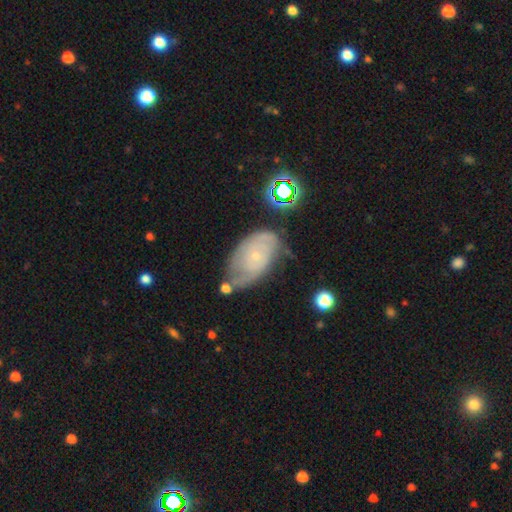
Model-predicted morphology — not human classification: A featured or disk galaxy (69%) with no bar (82%), tight (65%) spiral arms (82%) and a small central bulge (82%). Merging: none (55%).